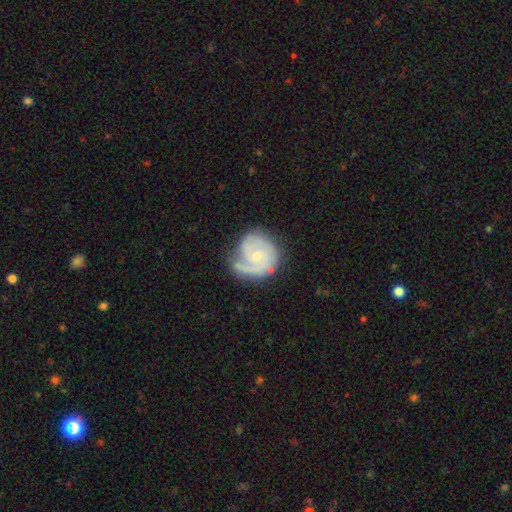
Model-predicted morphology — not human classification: The model was most divided on "spiral winding": tight: 54%, medium: 36%, loose: 10%. Remaining: edge-on disk — no (98%); spiral arms — yes (96%); smooth or featured — featured or disk (82%); bulge size — small (70%); bar — no (67%); merging — none (66%); spiral arm count — 2 (46%).